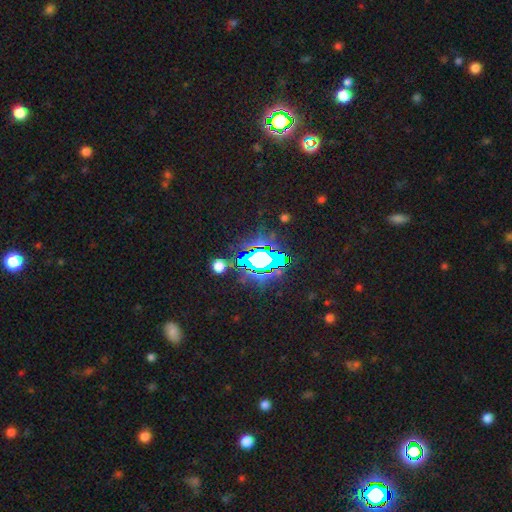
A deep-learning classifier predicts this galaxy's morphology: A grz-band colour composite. It shows a star or artifact, not a galaxy (68%).